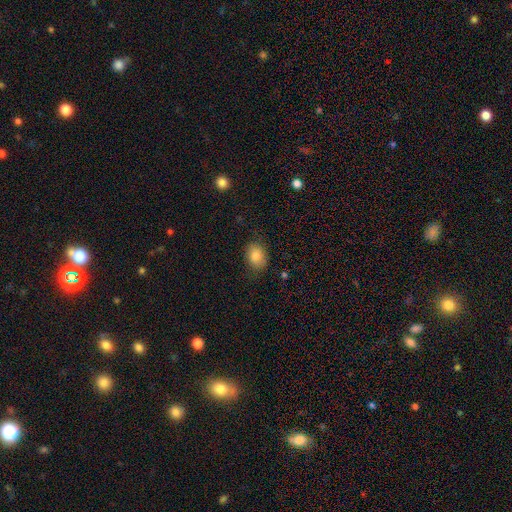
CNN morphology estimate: smooth_or_featured: smooth (p=0.84) [alt: star or artifact p=0.09]
how_rounded: in between (p=0.74) [alt: round p=0.25]
merging: none (p=0.80) [alt: minor disturbance p=0.15]